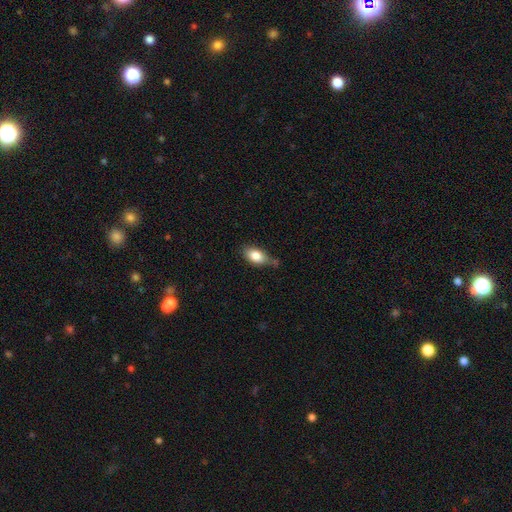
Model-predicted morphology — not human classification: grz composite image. It shows a smooth galaxy with no disk features (82%) that is in between round and cigar-shaped (88%). Merging: none (57%).